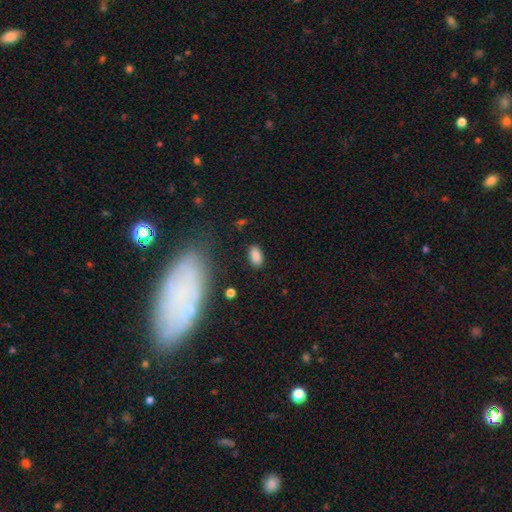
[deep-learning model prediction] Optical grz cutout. It shows a smooth galaxy with no disk features (86%) that is in between round and cigar-shaped (92%). Merging: none (85%).